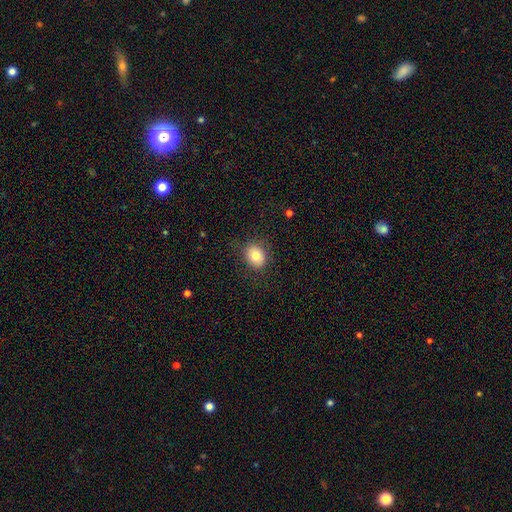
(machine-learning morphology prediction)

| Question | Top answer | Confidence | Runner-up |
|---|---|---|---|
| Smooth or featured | smooth | 80% | featured or disk (10%) |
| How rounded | round | 58% | in between (41%) |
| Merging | none | 82% | minor disturbance (13%) |